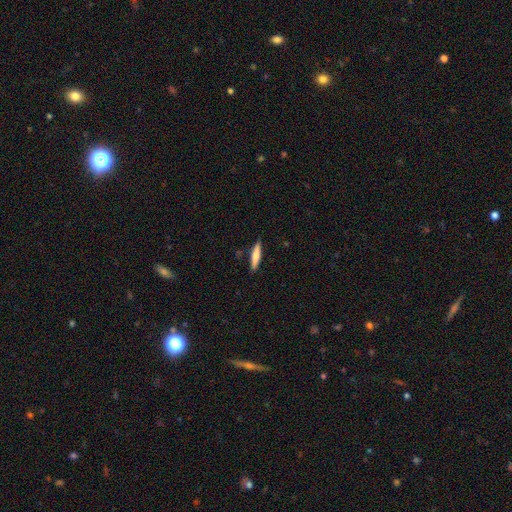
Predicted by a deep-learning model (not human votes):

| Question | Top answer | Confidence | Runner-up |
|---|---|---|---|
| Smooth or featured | smooth | 67% | featured or disk (28%) |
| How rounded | cigar-shaped | 87% | in between (12%) |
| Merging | none | 88% | minor disturbance (9%) |